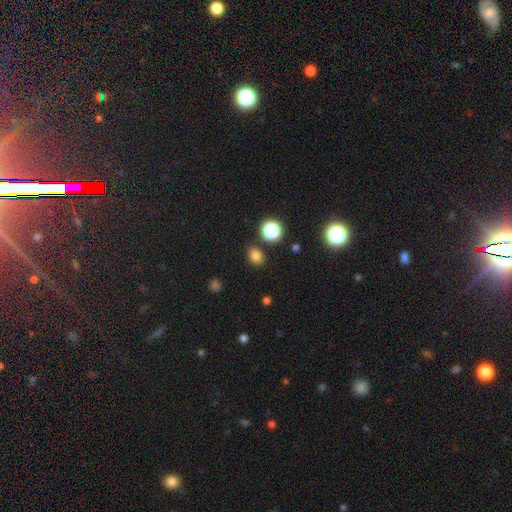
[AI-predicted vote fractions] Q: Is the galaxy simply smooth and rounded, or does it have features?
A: smooth — 78%.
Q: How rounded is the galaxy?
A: in between — 52%.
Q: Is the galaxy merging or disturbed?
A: none — 85%.